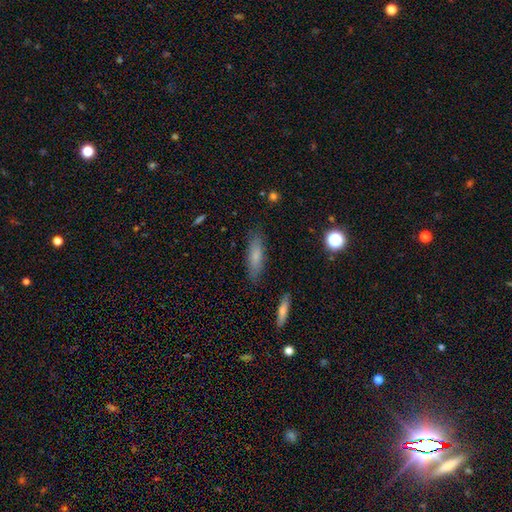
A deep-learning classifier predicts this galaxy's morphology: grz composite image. It shows a smooth galaxy with no disk features (75%) that is cigar-shaped (55%). Merging: none (85%).